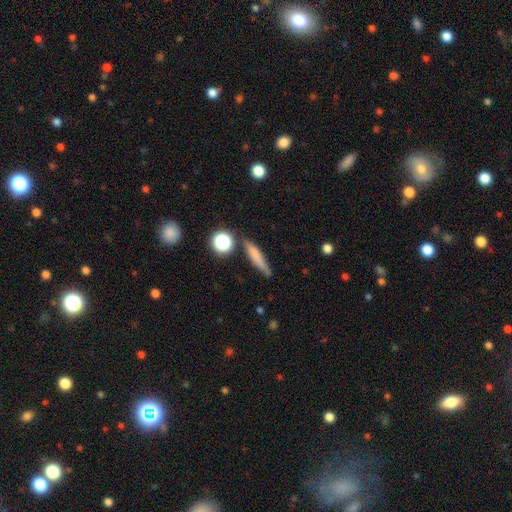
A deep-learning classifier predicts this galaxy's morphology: Smooth or featured? Predicted: smooth (p=0.69). How rounded? Predicted: cigar-shaped (p=0.83). Merging? Predicted: none (p=0.77).